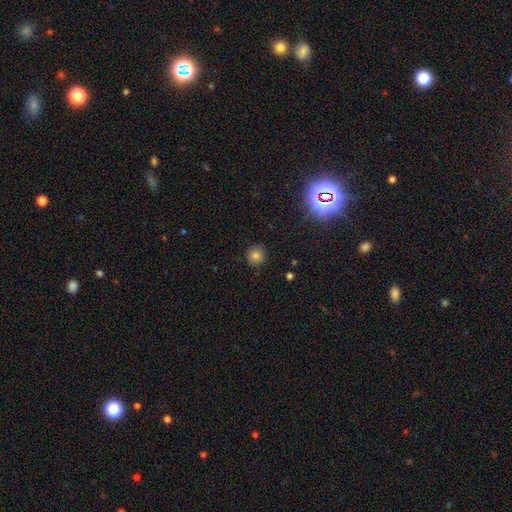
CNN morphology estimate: Smooth or featured?
  - smooth: 79% *
  - star or artifact: 15%
  - featured or disk: 6%
How rounded?
  - round: 93% *
  - in between: 6%
  - cigar-shaped: 1%
Merging?
  - none: 88% *
  - minor disturbance: 9%
  - major disturbance: 2%
  - merger: 1%